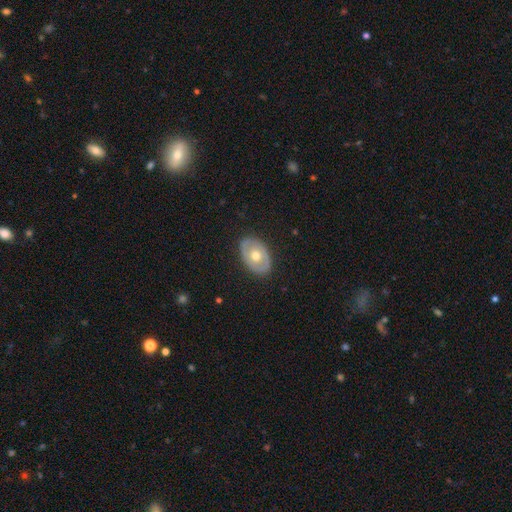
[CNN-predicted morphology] A featured or disk galaxy (49%).

Vote fractions:
- Smooth or featured? featured or disk: 49% / smooth: 46% / star or artifact: 6%
- Merging? none: 85% / minor disturbance: 11% / major disturbance: 3% / merger: 1%